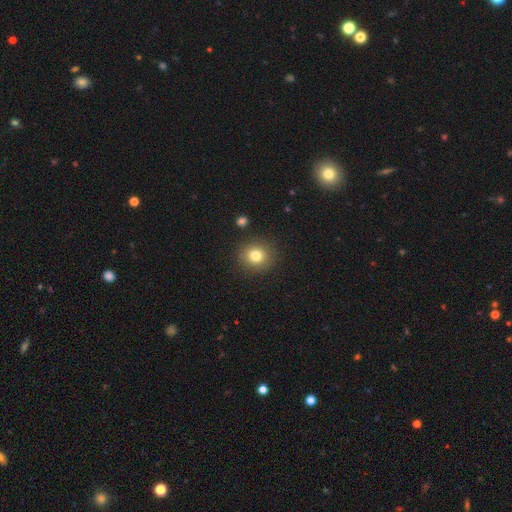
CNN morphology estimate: The model was most divided on "smooth or featured": smooth: 80%, star or artifact: 12%, featured or disk: 8%. More confident: merging — none (88%); how rounded — round (87%).